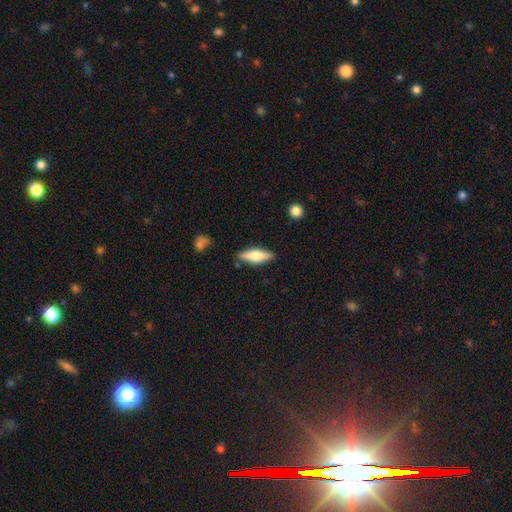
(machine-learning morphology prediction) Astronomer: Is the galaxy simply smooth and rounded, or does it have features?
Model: smooth — 52% (runner-up: featured or disk, 42%).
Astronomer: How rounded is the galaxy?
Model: cigar-shaped — 55% (runner-up: in between, 42%).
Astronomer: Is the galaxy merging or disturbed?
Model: none — 86%.